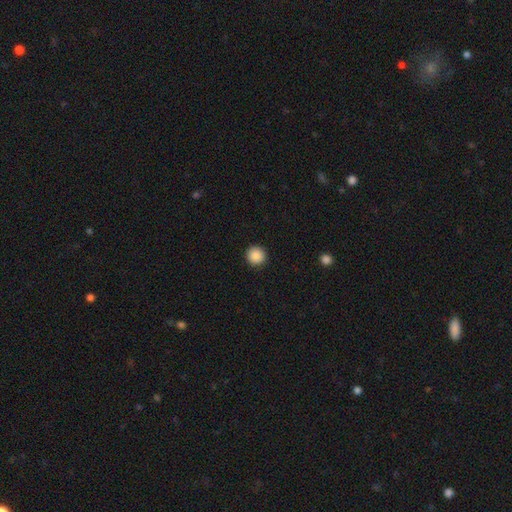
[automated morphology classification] Smooth or featured: smooth — 89% (star or artifact — 8%)
How rounded: round — 95% (in between — 4%)
Merging: none — 93% (minor disturbance — 4%)